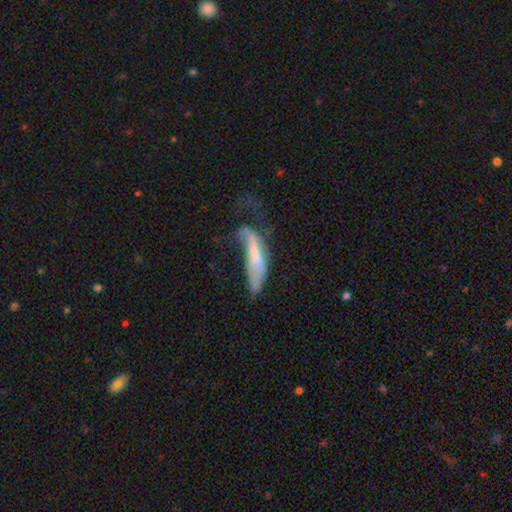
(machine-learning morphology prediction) type=smooth (52%); roundness=cigar-shaped (63%); merging=major disturbance (46%).